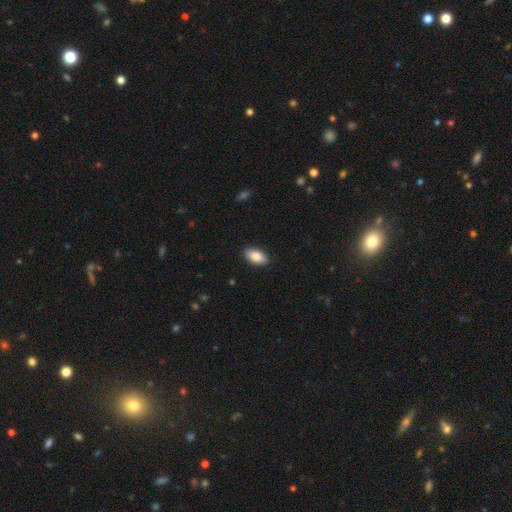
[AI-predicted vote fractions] Smooth or featured?
  - smooth: 84% *
  - featured or disk: 9%
  - star or artifact: 7%
How rounded?
  - in between: 91% *
  - cigar-shaped: 5%
  - round: 3%
Merging?
  - none: 90% *
  - minor disturbance: 7%
  - major disturbance: 2%
  - merger: 1%